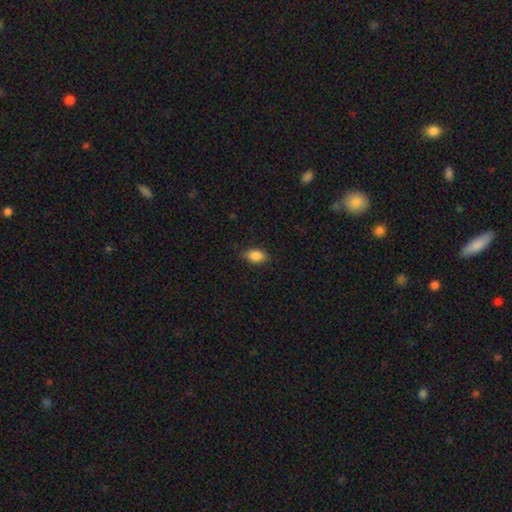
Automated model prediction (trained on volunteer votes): Smooth or featured? smooth (88%)
How rounded? in between (88%)
Merging? none (85%)